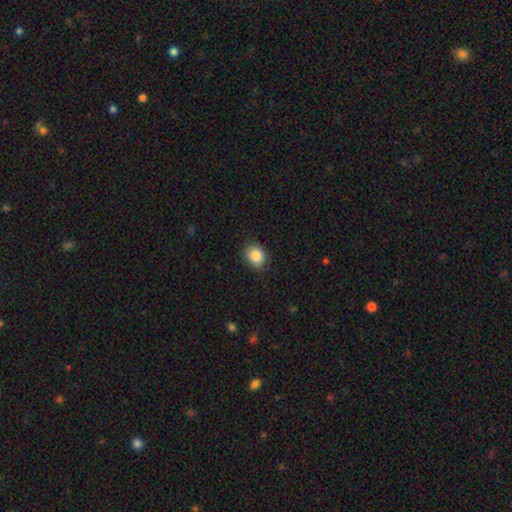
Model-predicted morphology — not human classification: Smooth or featured? Predicted: smooth (p=0.86). How rounded? Predicted: round (p=0.50). Merging? Predicted: none (p=0.86).